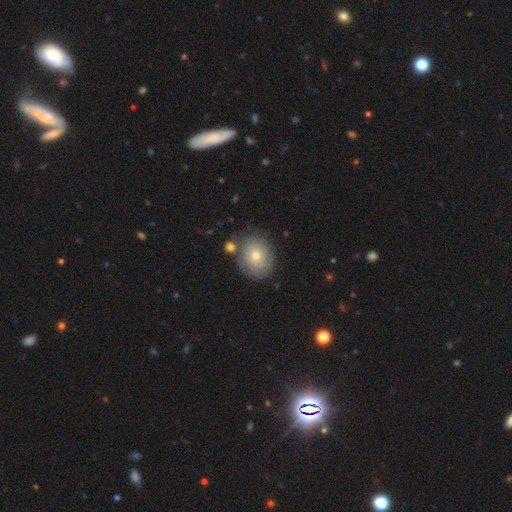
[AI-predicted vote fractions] Smooth or featured? smooth (64%)
How rounded? round (63%)
Merging? none (72%)